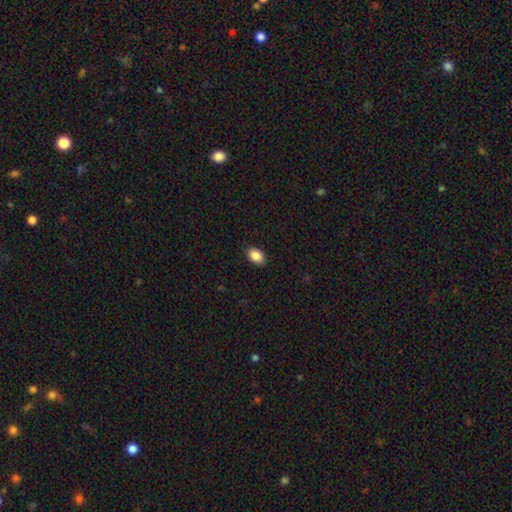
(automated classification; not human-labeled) This appears to be a smooth galaxy with no disk features (88%) that is in between round and cigar-shaped (84%). Merging: none (90%).